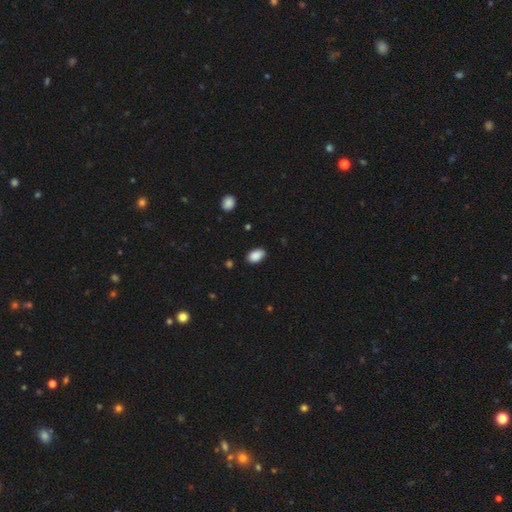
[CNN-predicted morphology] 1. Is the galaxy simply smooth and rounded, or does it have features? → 89% smooth, 8% star or artifact, 3% featured or disk.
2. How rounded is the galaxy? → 90% in between, 9% round, 1% cigar-shaped.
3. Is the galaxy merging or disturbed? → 85% none, 11% minor disturbance, 2% major disturbance, 1% merger.